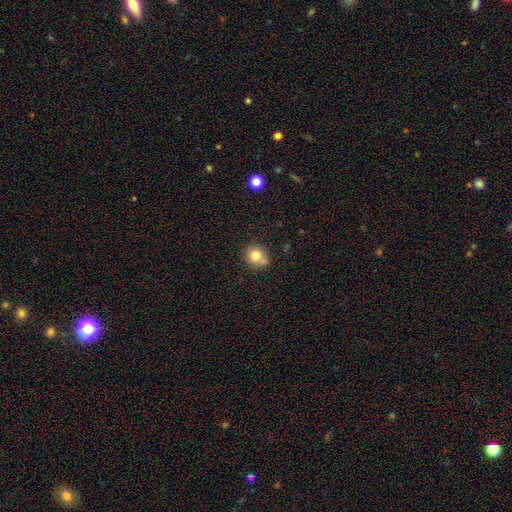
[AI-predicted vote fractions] Smooth or featured: smooth — 80% (star or artifact — 10%)
How rounded: round — 79% (in between — 20%)
Merging: none — 61% (minor disturbance — 18%)